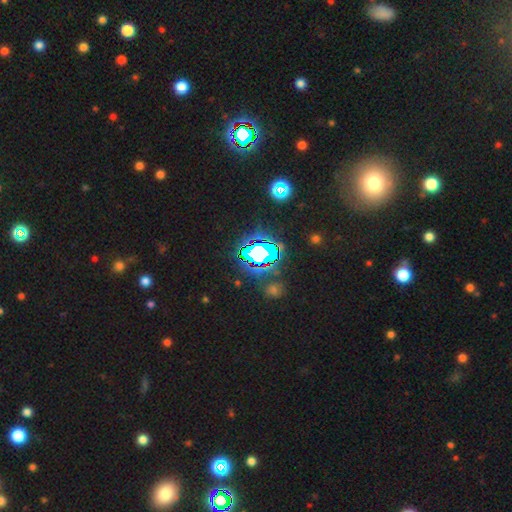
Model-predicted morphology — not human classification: Smooth or featured?
  - star or artifact: 70% *
  - smooth: 17%
  - featured or disk: 13%